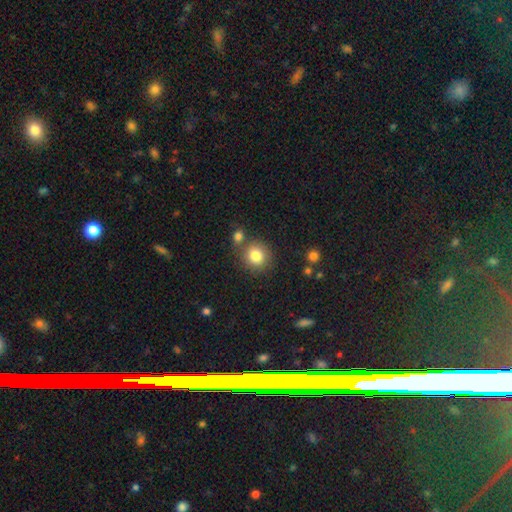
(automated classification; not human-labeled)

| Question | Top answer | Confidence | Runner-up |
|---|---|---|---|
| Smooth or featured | smooth | 82% | star or artifact (10%) |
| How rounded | round | 87% | in between (12%) |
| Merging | none | 71% | merger (16%) |